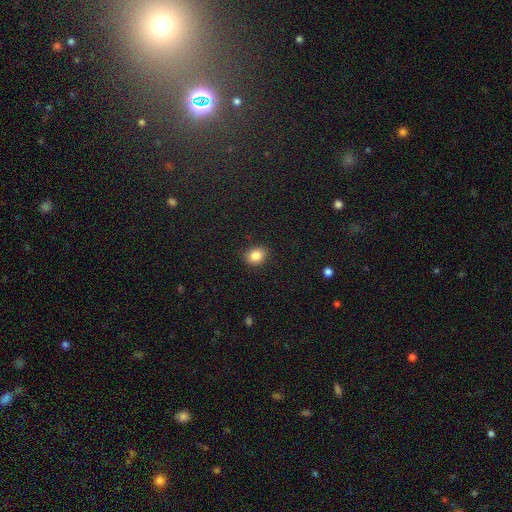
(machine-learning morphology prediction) A smooth galaxy with no disk features (86%) that is in between round and cigar-shaped (53%).

Vote fractions:
- Smooth or featured? smooth: 86% / star or artifact: 9% / featured or disk: 5%
- How rounded? in between: 53% / round: 46% / cigar-shaped: 1%
- Merging? none: 87% / minor disturbance: 9% / major disturbance: 2% / merger: 1%